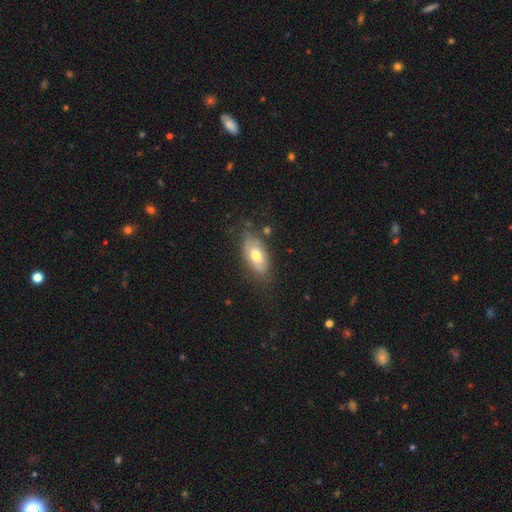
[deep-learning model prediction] Smooth or featured? smooth (53%)
How rounded? in between (88%)
Merging? none (66%)